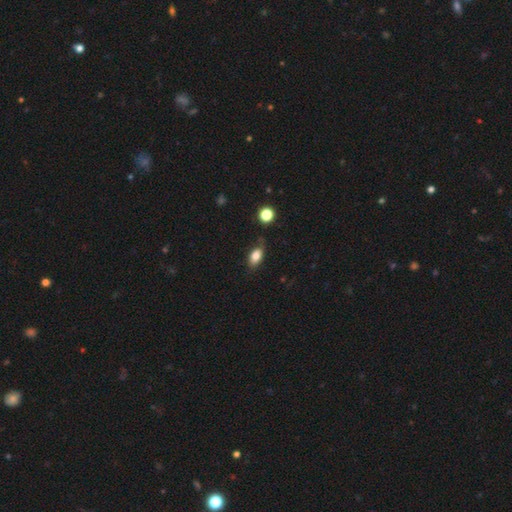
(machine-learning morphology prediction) smooth-or-featured: smooth: 81% | featured or disk: 10% | star or artifact: 9%
  how-rounded: in between: 87% | round: 8% | cigar-shaped: 4%
  merging: none: 74% | minor disturbance: 19% | major disturbance: 4% | merger: 3%